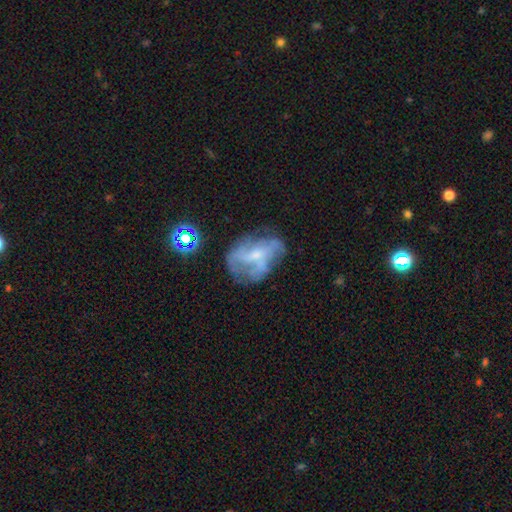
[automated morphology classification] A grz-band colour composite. It shows a featured or disk galaxy (65%) with no bar (58%), spiral arms (62%) and a small central bulge (58%). Merging: none (48%).